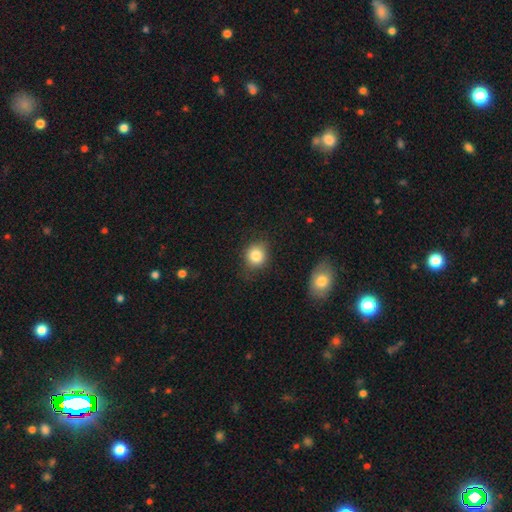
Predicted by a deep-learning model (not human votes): smooth 83%, star or artifact 9%, featured or disk 7%. Down the decision tree: how rounded — round (74%); merging — none (74%).